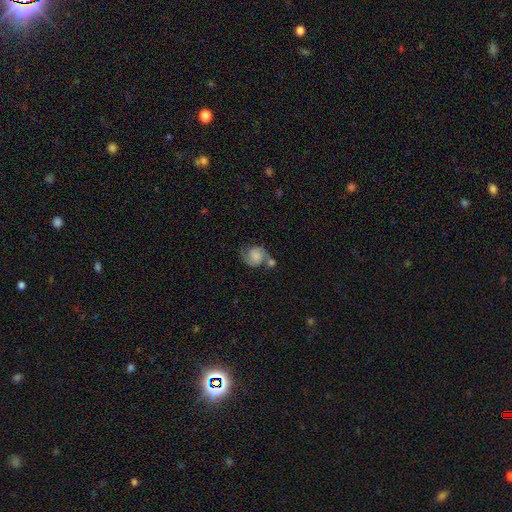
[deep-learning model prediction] Smooth or featured?
  - featured or disk: 54% *
  - smooth: 37%
  - star or artifact: 9%
Edge-on disk?
  - no: 98% *
  - yes: 2%
Bar?
  - no: 71% *
  - weak: 24%
  - strong: 5%
Spiral arms?
  - yes: 90% *
  - no: 10%
Bulge size?
  - none: 37% *
  - small: 23%
  - moderate: 18%
  - large: 16%
  - dominant: 7%
Merging?
  - none: 43% *
  - merger: 27%
  - minor disturbance: 19%
  - major disturbance: 11%